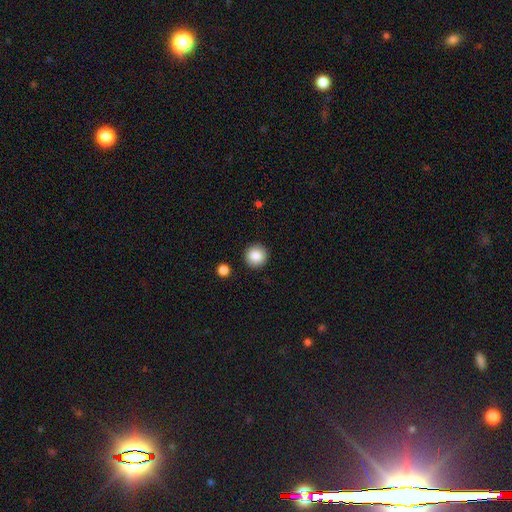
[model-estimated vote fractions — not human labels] Morphology: type=smooth (87%); roundness=round (95%); merging=none (91%).